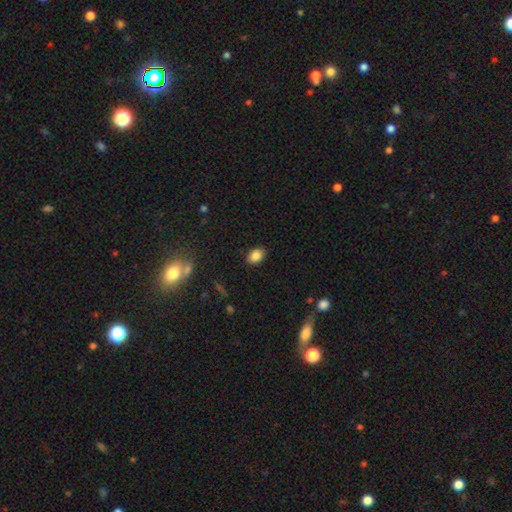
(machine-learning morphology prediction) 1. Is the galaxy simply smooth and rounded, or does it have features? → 86% smooth, 9% star or artifact, 4% featured or disk.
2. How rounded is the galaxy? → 73% in between, 26% round, 1% cigar-shaped.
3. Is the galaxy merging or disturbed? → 88% none, 9% minor disturbance, 2% major disturbance, 1% merger.